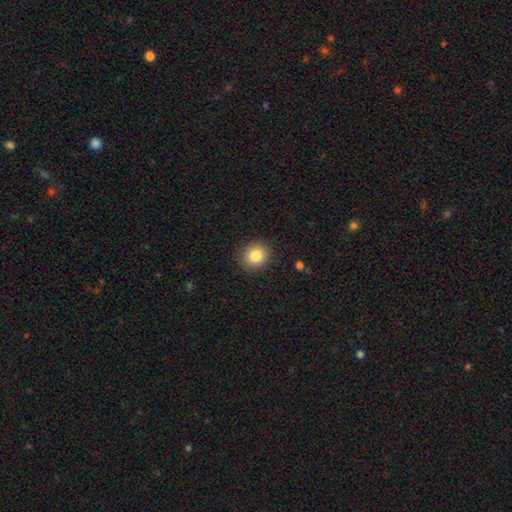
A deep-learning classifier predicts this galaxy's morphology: Smooth or featured? smooth (84%)
How rounded? round (81%)
Merging? none (90%)